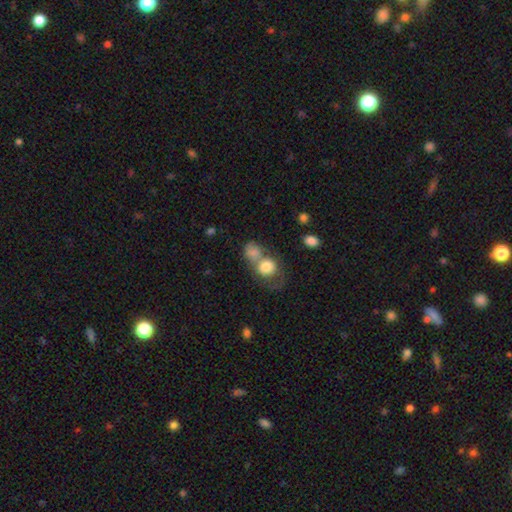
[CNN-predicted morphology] smooth 72%, featured or disk 17%, star or artifact 11%. Down the decision tree: how rounded — round (66%); merging — merger (61%).